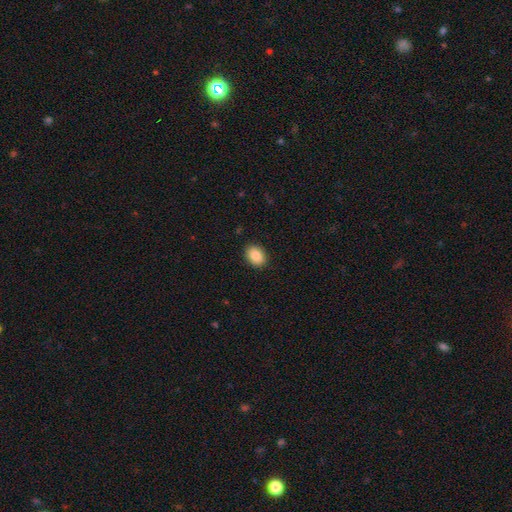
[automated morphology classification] smooth_or_featured: smooth (p=0.88) [alt: star or artifact p=0.08]
how_rounded: in between (p=0.74) [alt: round p=0.25]
merging: none (p=0.90) [alt: minor disturbance p=0.07]